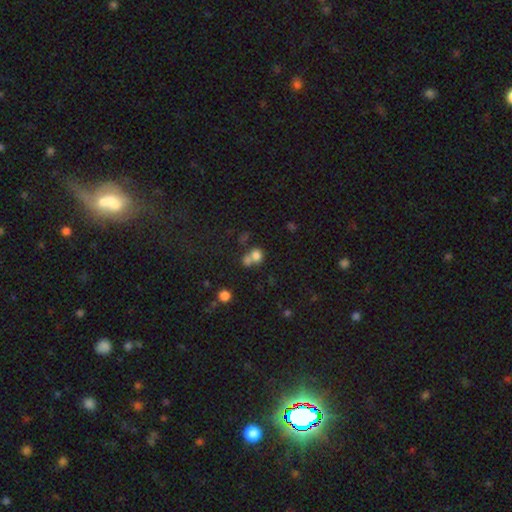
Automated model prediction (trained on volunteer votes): smooth 75%, star or artifact 14%, featured or disk 11%. Down the decision tree: how rounded — round (77%); merging — merger (53%).